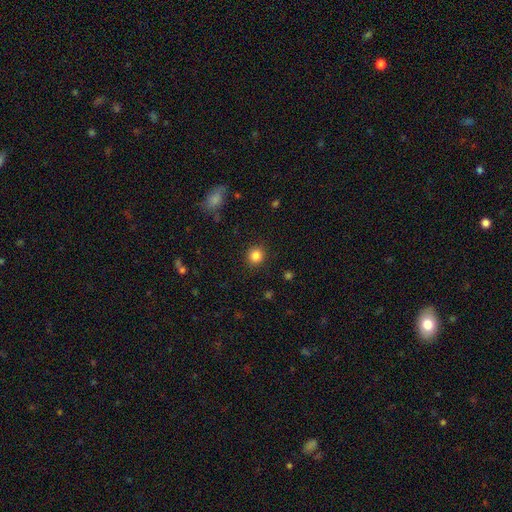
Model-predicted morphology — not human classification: The model was most divided on "smooth or featured": smooth: 84%, star or artifact: 11%, featured or disk: 4%. More confident: merging — none (91%); how rounded — round (90%).